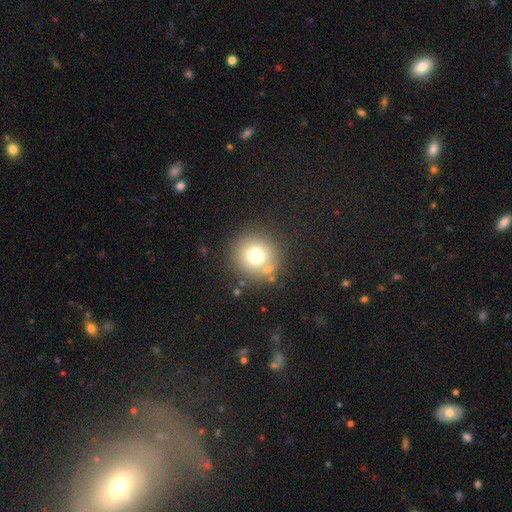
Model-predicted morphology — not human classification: The model was most divided on "smooth or featured": smooth: 73%, star or artifact: 14%, featured or disk: 13%. More confident: how rounded — round (93%); merging — none (80%).